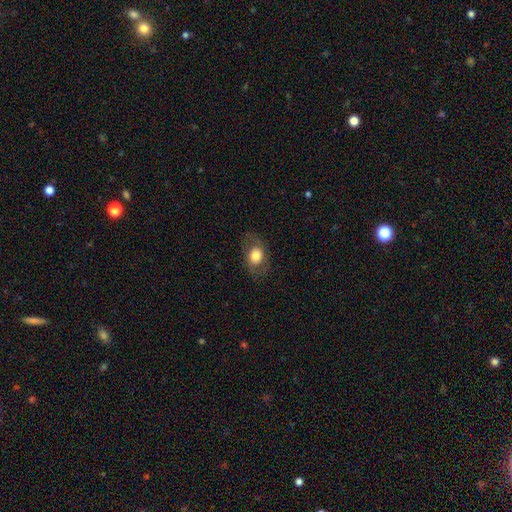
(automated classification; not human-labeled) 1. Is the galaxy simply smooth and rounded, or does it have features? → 70% smooth, 22% featured or disk, 8% star or artifact.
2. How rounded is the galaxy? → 67% in between, 32% round, 2% cigar-shaped.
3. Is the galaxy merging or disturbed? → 77% none, 15% minor disturbance, 7% major disturbance, 1% merger.